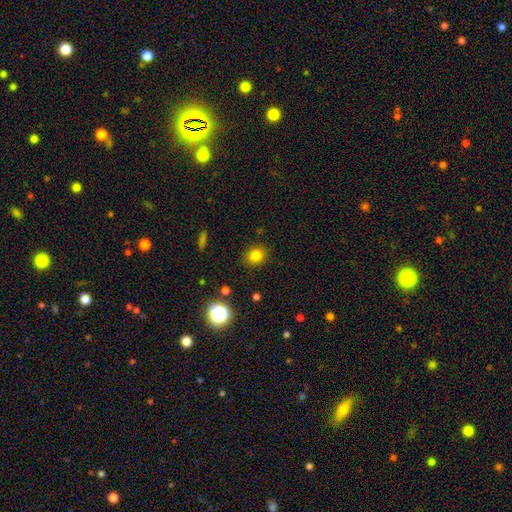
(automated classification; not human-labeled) smooth 79%, star or artifact 15%, featured or disk 6%. Down the decision tree: how rounded — round (77%); merging — none (88%).